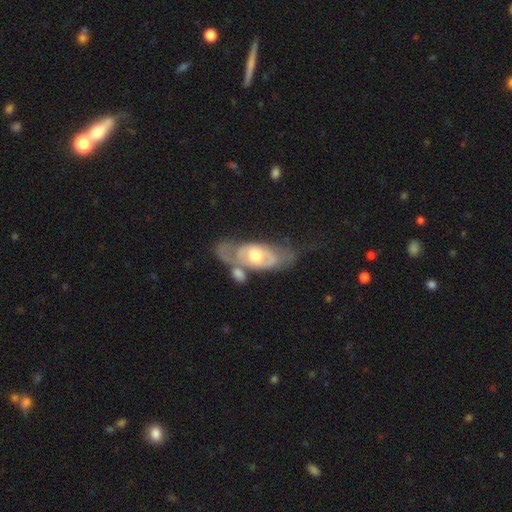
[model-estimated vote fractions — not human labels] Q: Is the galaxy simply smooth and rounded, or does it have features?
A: featured or disk — 74%.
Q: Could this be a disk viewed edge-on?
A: no — 86%.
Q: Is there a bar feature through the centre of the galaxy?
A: no — 73%.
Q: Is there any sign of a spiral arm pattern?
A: yes — 66%.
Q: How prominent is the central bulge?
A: moderate — 67%.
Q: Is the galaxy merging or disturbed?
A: none — 38%.